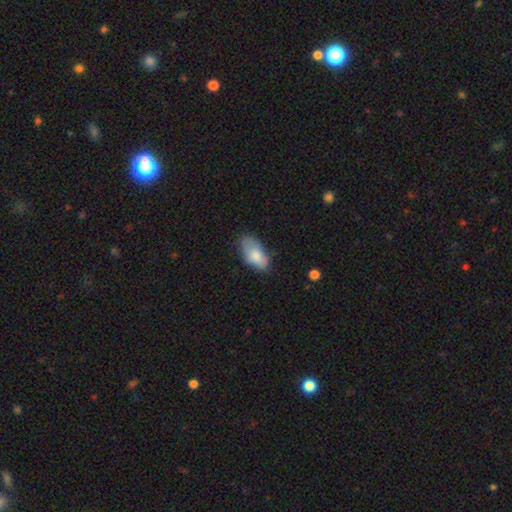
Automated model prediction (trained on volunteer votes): Smooth or featured? Predicted: smooth (p=0.78). How rounded? Predicted: in between (p=0.93). Merging? Predicted: none (p=0.57).